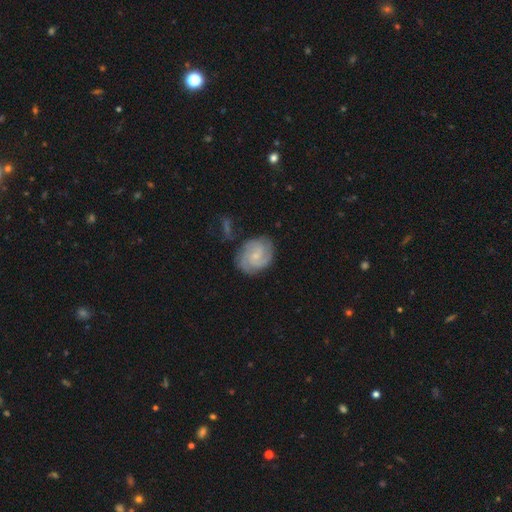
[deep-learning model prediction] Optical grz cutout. It shows a featured or disk galaxy (77%) with no bar (57%), 3 (32%) tight (53%) spiral arms (96%) and a small central bulge (73%). Merging: none (76%).